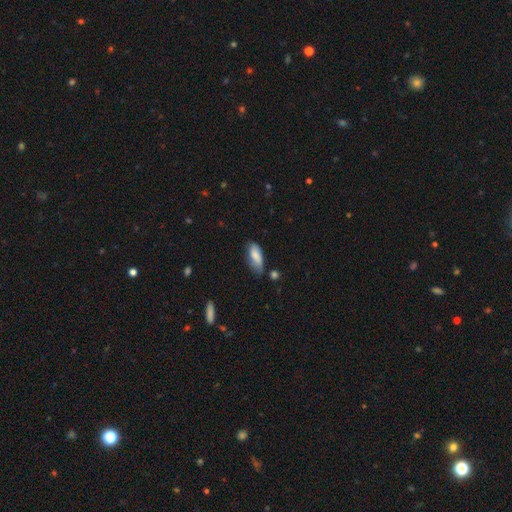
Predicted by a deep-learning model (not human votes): smooth-or-featured: smooth: 82% | featured or disk: 11% | star or artifact: 7%
  how-rounded: in between: 84% | cigar-shaped: 14% | round: 2%
  merging: none: 58% | minor disturbance: 32% | major disturbance: 7% | merger: 3%